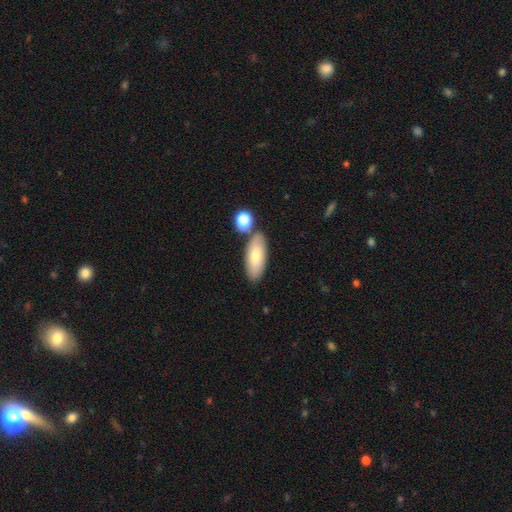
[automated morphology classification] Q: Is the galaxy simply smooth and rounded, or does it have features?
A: smooth — 71%.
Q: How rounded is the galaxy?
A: in between — 79%.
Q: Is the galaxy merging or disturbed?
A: none — 70%.